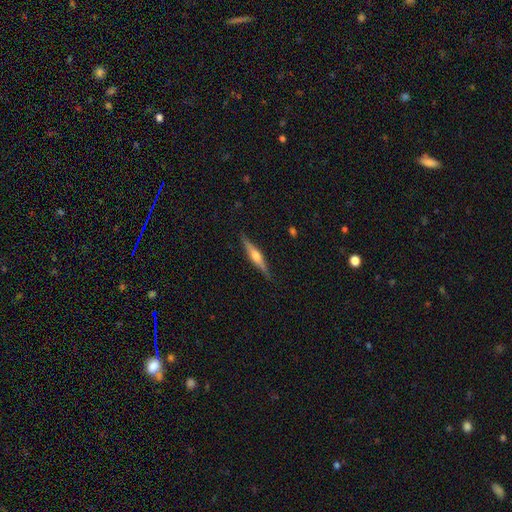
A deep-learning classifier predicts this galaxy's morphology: The model was most divided on "smooth or featured": featured or disk: 68%, smooth: 26%, star or artifact: 6%. More confident: edge-on disk — yes (97%); merging — none (88%); edge-on bulge — rounded (88%).